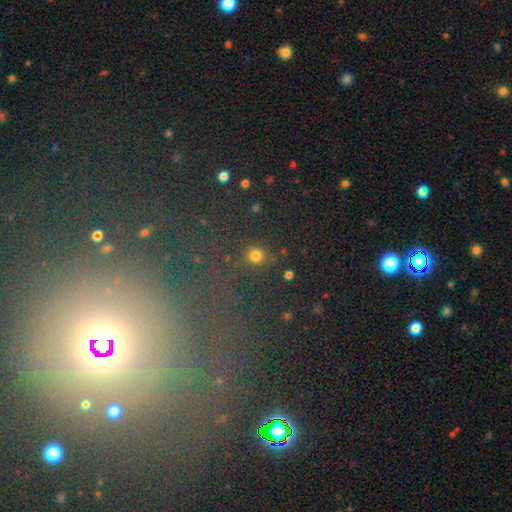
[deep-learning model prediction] A smooth galaxy with no disk features (71%) that is round (91%). Merging: none (79%).